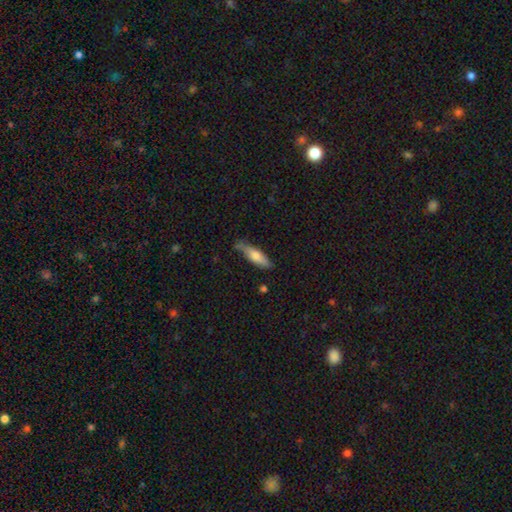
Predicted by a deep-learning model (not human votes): Smooth or featured? smooth (68%)
How rounded? cigar-shaped (63%)
Merging? none (67%)